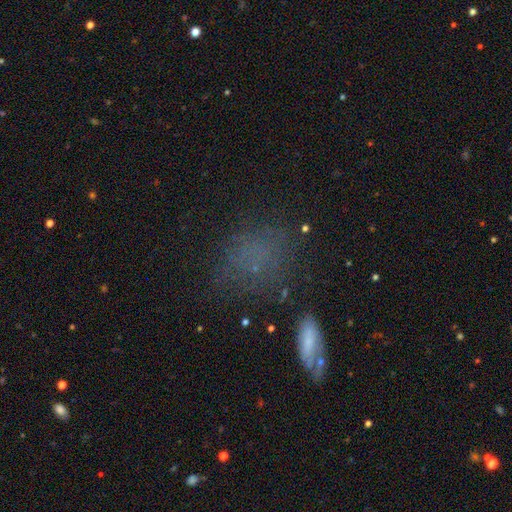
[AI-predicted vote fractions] Q: Smooth or featured?
A: smooth (54%); runner-up: star or artifact (31%)
Q: How rounded?
A: in between (56%); runner-up: round (40%)
Q: Merging?
A: none (59%); runner-up: minor disturbance (19%)